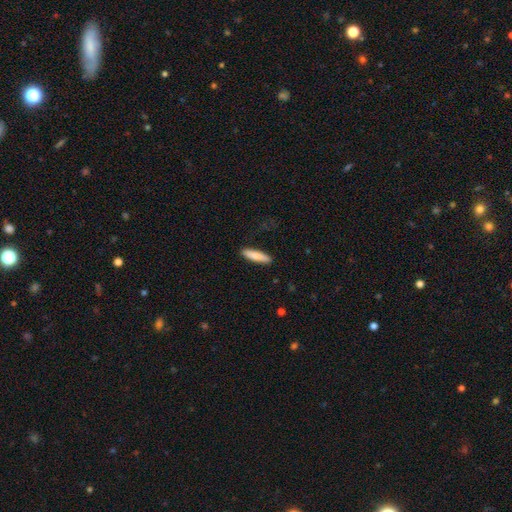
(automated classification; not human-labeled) Morphology: type=smooth (85%); roundness=cigar-shaped (79%); merging=none (89%).